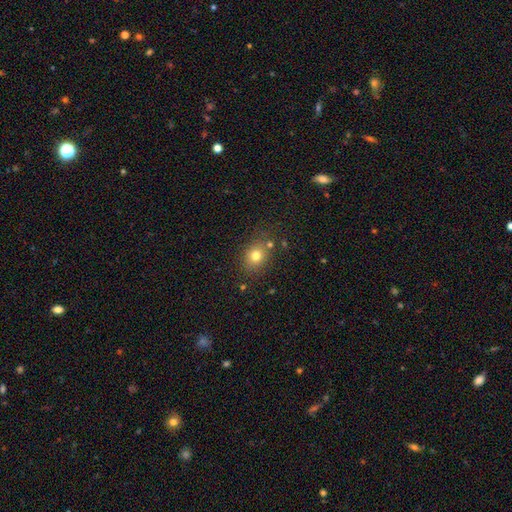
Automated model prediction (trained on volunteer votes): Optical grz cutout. It shows a smooth galaxy with no disk features (76%) that is round (61%). Merging: none (75%).